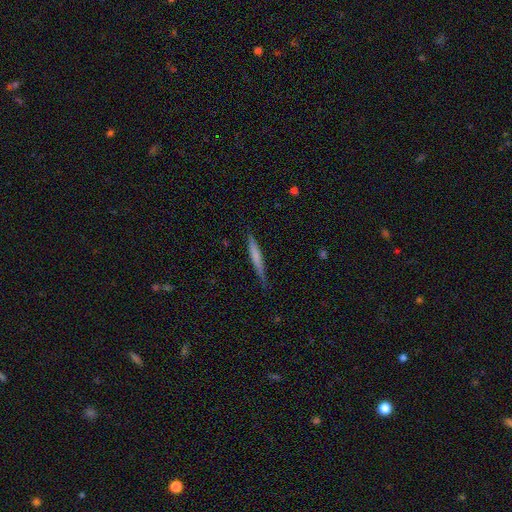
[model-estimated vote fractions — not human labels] Smooth or featured? Predicted: smooth (p=0.62). How rounded? Predicted: cigar-shaped (p=0.95). Merging? Predicted: none (p=0.78).